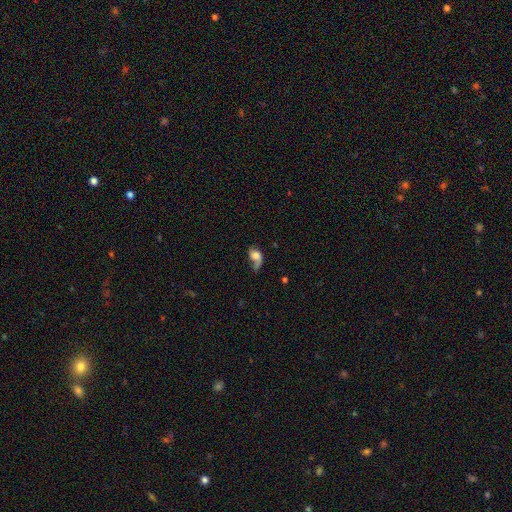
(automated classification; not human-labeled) This is possibly a featured or disk galaxy (55%). It is clearly not viewed edge-on (96%). Bar: likely no (71%). Spiral arm pattern: clearly yes (87%). Central bulge: marginally large (33%). Merging: marginally none (35%).